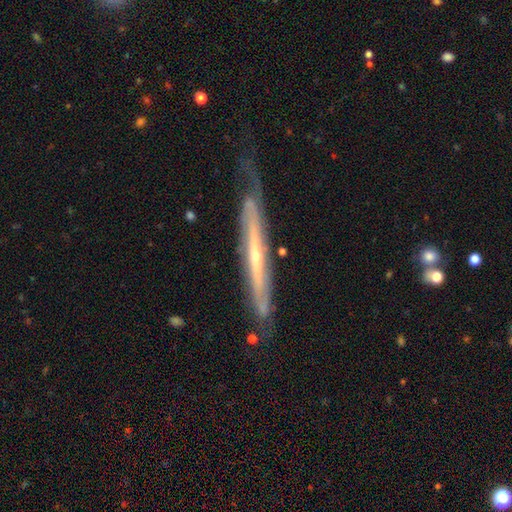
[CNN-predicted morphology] featured or disk 79%, smooth 16%, star or artifact 6%. Down the decision tree: edge-on disk — yes (82%); edge-on bulge — none (48%, tied with rounded); merging — none (59%).